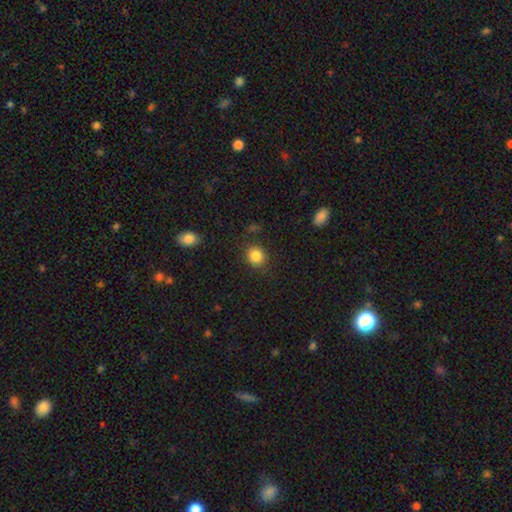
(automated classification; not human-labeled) Overall: smooth (85%). How rounded: round (80%). Merging: none (86%).